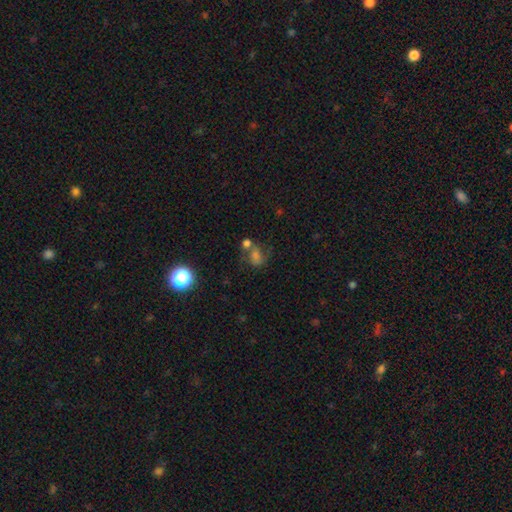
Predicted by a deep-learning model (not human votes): Smooth or featured: smooth — 46% (featured or disk — 29%)
Merging: none — 37% (merger — 31%)